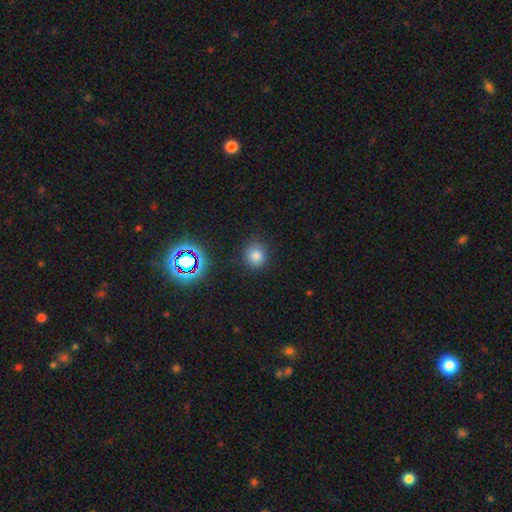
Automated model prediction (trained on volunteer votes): smooth 77%, star or artifact 17%, featured or disk 6%. Down the decision tree: how rounded — round (87%); merging — none (84%).